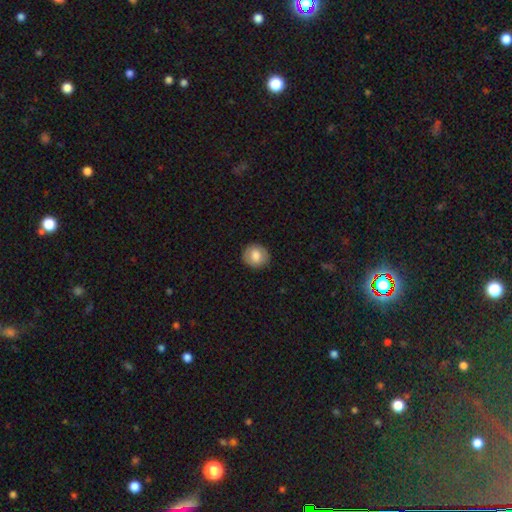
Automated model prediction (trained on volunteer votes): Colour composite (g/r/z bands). It shows a smooth galaxy with no disk features (79%) that is round (82%). Merging: none (88%).